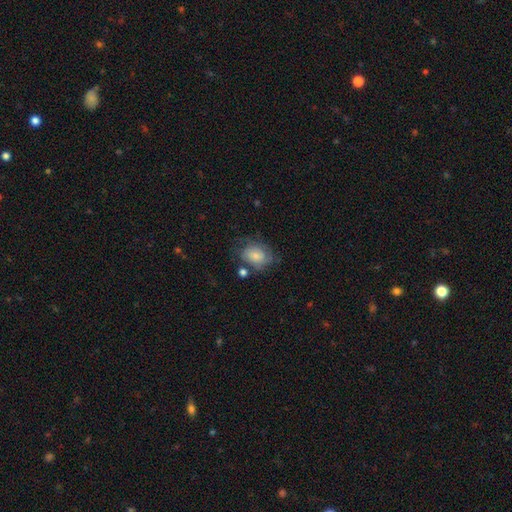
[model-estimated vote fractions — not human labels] A smooth galaxy with no disk features (56%) that is in between round and cigar-shaped (63%).

Vote fractions:
- Smooth or featured? smooth: 56% / featured or disk: 36% / star or artifact: 8%
- How rounded? in between: 63% / round: 36% / cigar-shaped: 1%
- Merging? none: 51% / minor disturbance: 25% / major disturbance: 15% / merger: 8%